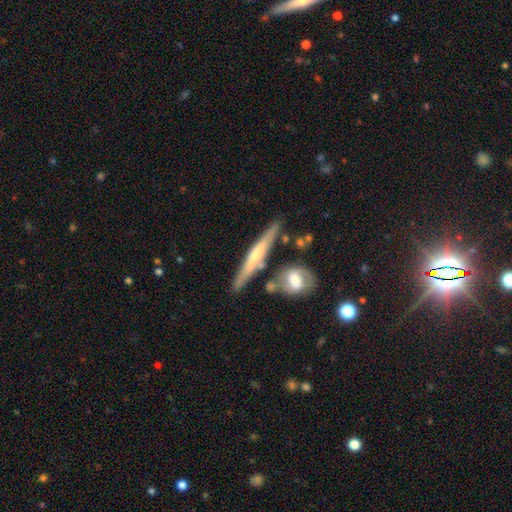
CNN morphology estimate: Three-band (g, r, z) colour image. It shows a featured or disk galaxy (60%) viewed edge-on (93%) with a rounded central bulge (61%). Merging: none (77%).